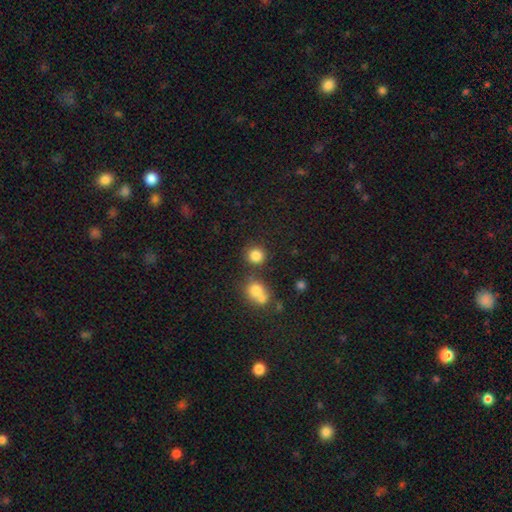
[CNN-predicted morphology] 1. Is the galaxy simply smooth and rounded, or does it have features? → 83% smooth, 12% star or artifact, 5% featured or disk.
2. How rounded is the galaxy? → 89% round, 10% in between, 1% cigar-shaped.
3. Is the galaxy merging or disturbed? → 77% none, 12% merger, 8% minor disturbance, 3% major disturbance.